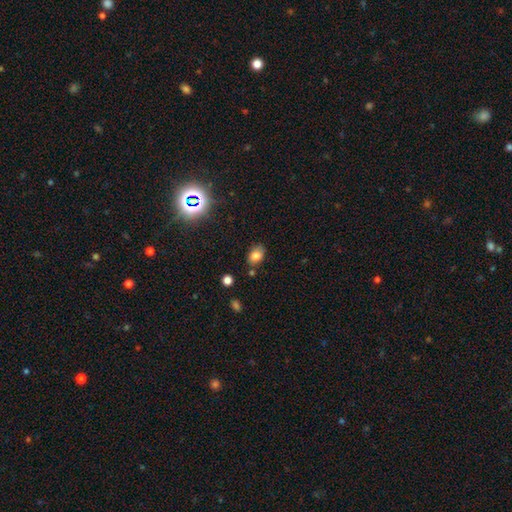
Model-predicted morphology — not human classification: smooth-or-featured: smooth: 79% | star or artifact: 13% | featured or disk: 8%
  how-rounded: in between: 79% | round: 20% | cigar-shaped: 1%
  merging: none: 72% | minor disturbance: 18% | merger: 6% | major disturbance: 4%